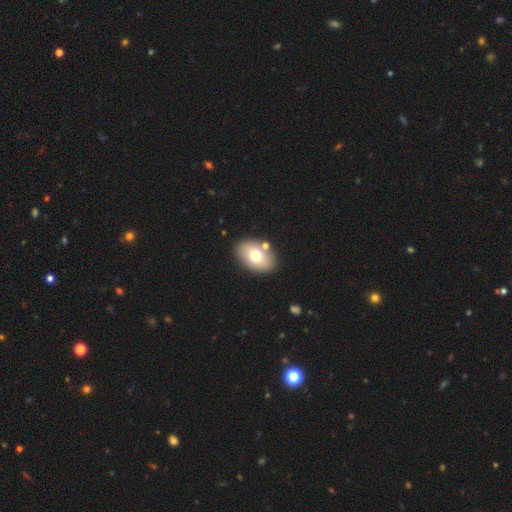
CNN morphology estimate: Smooth or featured: smooth — 71% (featured or disk — 20%)
How rounded: in between — 85% (round — 14%)
Merging: none — 81% (minor disturbance — 9%)